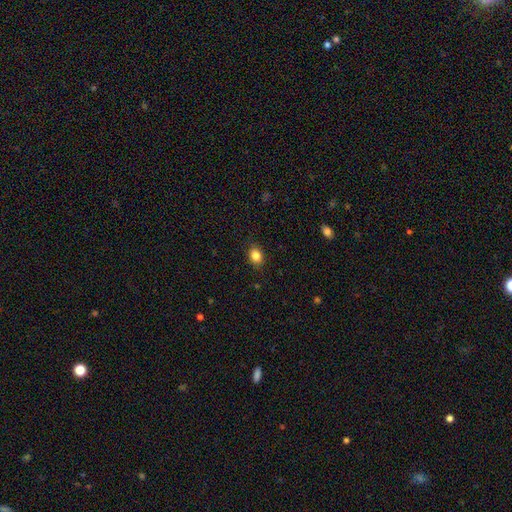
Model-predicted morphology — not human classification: The model was most divided on "how rounded": in between: 58%, round: 41%, cigar-shaped: 1%. More confident: merging — none (88%); smooth or featured — smooth (85%).